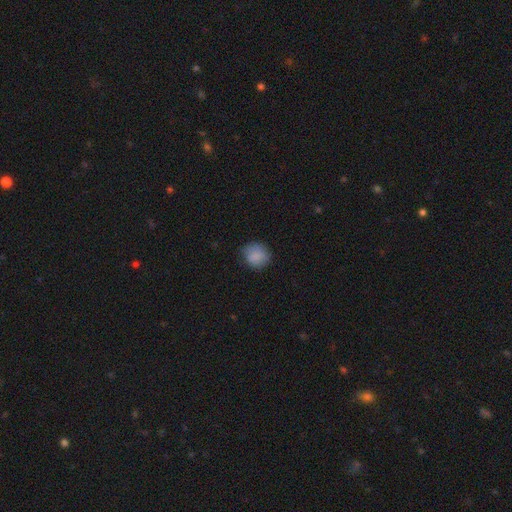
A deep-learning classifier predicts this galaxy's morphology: This is clearly a smooth galaxy (85%). How rounded: likely round (79%). Merging: likely none (77%).